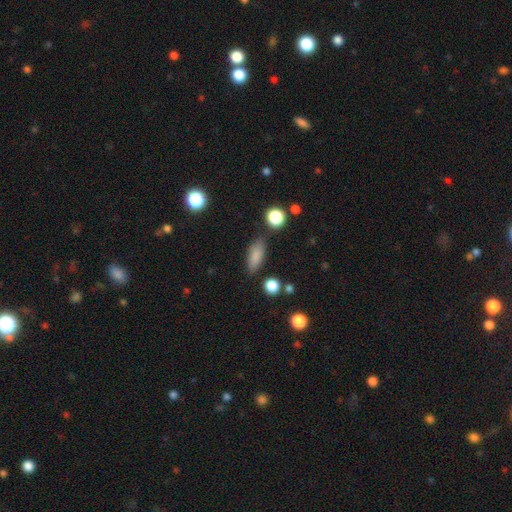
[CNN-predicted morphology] Smooth or featured?
  - smooth: 83% *
  - featured or disk: 9%
  - star or artifact: 9%
How rounded?
  - in between: 71% *
  - cigar-shaped: 24%
  - round: 4%
Merging?
  - none: 80% *
  - minor disturbance: 13%
  - major disturbance: 4%
  - merger: 3%